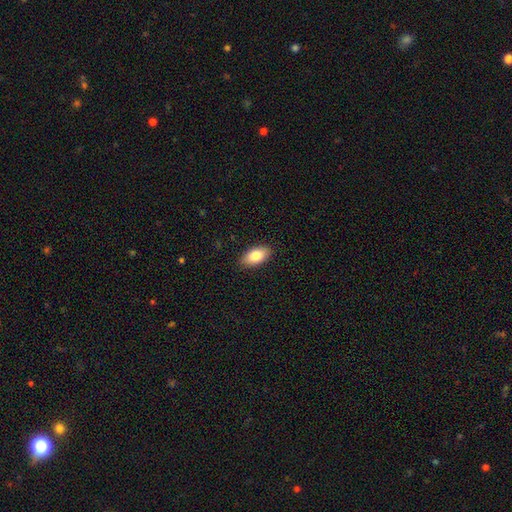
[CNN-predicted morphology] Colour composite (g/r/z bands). It shows a smooth galaxy with no disk features (83%) that is in between round and cigar-shaped (92%). Merging: none (89%).